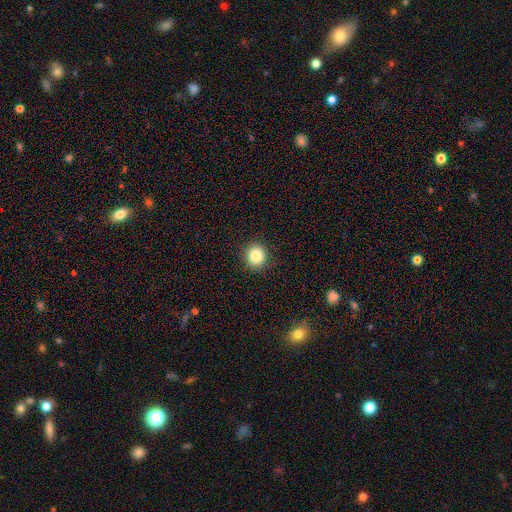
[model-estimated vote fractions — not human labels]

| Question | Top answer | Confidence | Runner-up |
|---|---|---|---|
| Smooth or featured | smooth | 85% | star or artifact (10%) |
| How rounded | round | 81% | in between (18%) |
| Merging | none | 91% | minor disturbance (6%) |